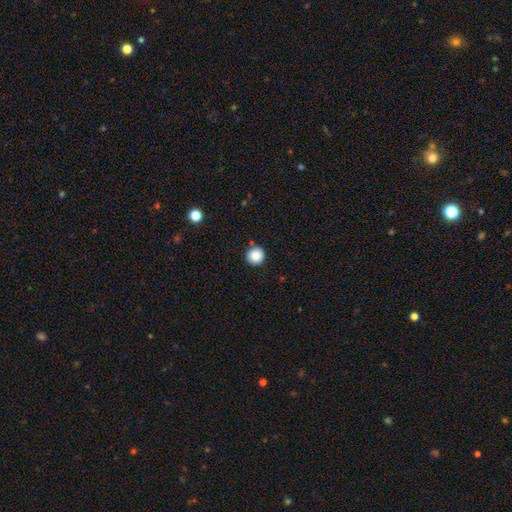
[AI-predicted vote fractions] This is clearly a smooth galaxy (87%). How rounded: clearly round (96%). Merging: clearly none (88%).